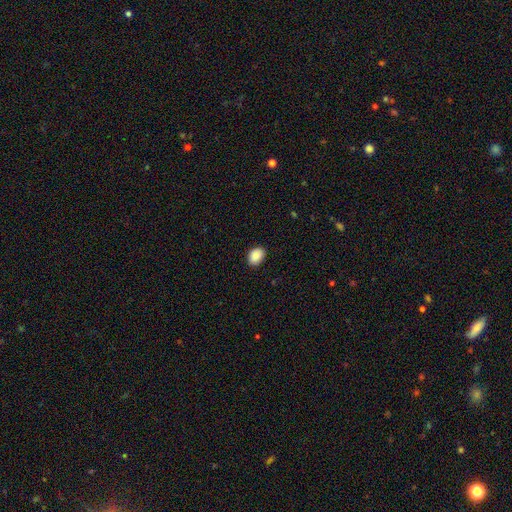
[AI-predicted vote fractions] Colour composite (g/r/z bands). It shows a smooth galaxy with no disk features (90%) that is in between round and cigar-shaped (72%). Merging: none (85%).